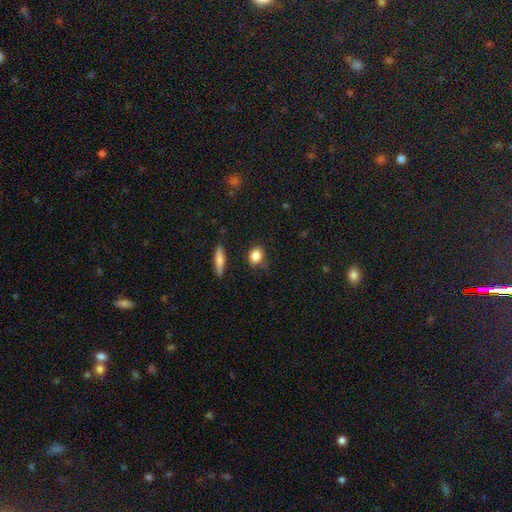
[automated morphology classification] This is clearly a smooth galaxy (85%). How rounded: possibly round (49%). Merging: likely none (77%).